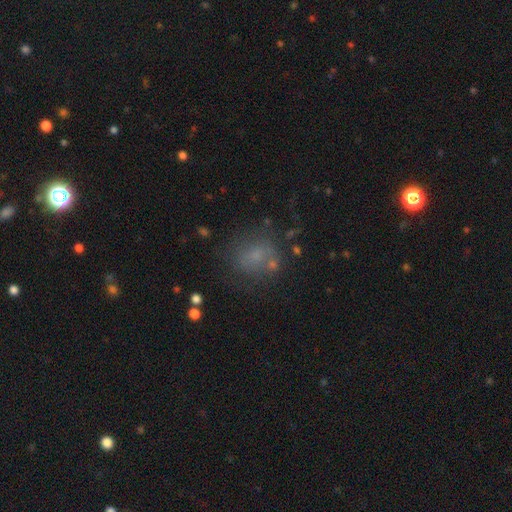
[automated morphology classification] smooth_or_featured: smooth (p=0.60) [alt: star or artifact p=0.21]
how_rounded: round (p=0.63) [alt: in between p=0.36]
merging: none (p=0.60) [alt: minor disturbance p=0.18]